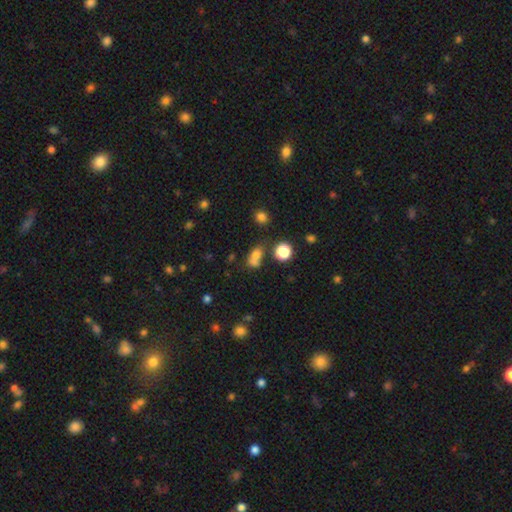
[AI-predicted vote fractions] The model was most divided on "merging": none: 40%, merger: 38%, minor disturbance: 13%, major disturbance: 9%. More confident: smooth or featured — smooth (70%); how rounded — in between (54%).